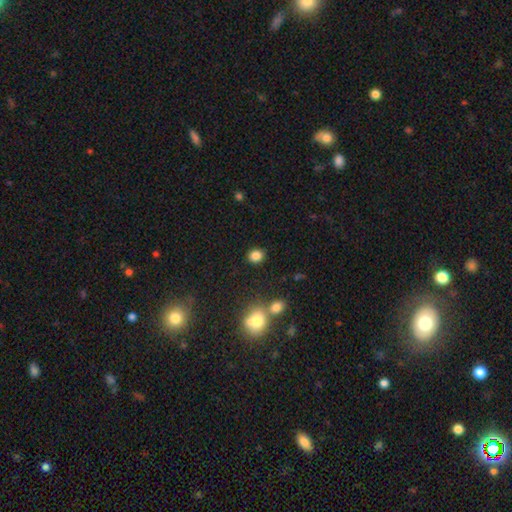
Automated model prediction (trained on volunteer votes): A smooth galaxy with no disk features (85%) that is round (62%).

Vote fractions:
- Smooth or featured? smooth: 85% / star or artifact: 11% / featured or disk: 4%
- How rounded? round: 62% / in between: 36% / cigar-shaped: 1%
- Merging? none: 85% / minor disturbance: 8% / merger: 4% / major disturbance: 3%